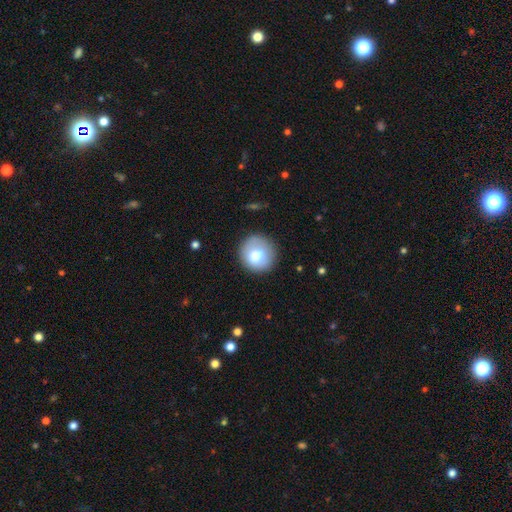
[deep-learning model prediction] Smooth or featured? Predicted: smooth (p=0.75). How rounded? Predicted: round (p=0.91). Merging? Predicted: none (p=0.79).